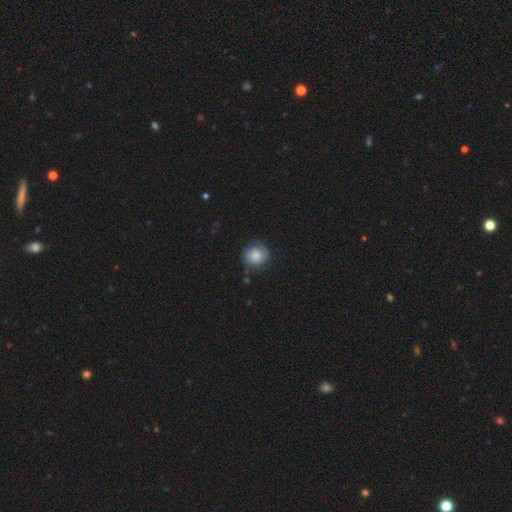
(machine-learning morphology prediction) Smooth or featured?
  - smooth: 73% *
  - featured or disk: 19%
  - star or artifact: 8%
How rounded?
  - round: 86% *
  - in between: 13%
  - cigar-shaped: 1%
Merging?
  - none: 73% *
  - minor disturbance: 20%
  - major disturbance: 6%
  - merger: 2%